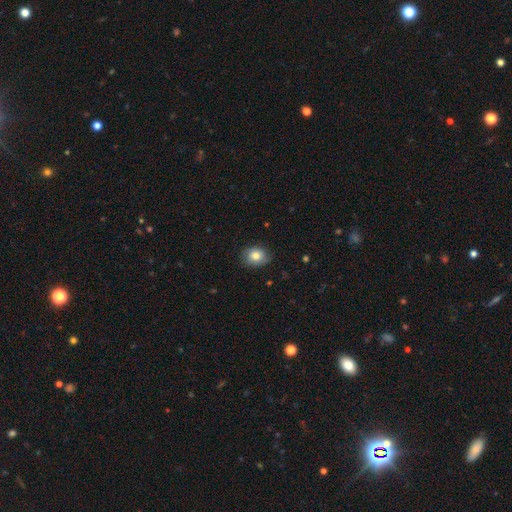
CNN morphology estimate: A smooth galaxy with no disk features (76%) that is in between round and cigar-shaped (51%). Merging: none (78%).